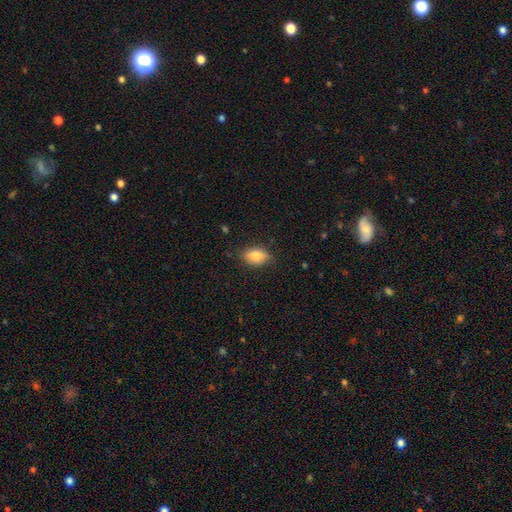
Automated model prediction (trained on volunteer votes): Q: Smooth or featured?
A: smooth (83%); runner-up: featured or disk (10%)
Q: How rounded?
A: in between (86%); runner-up: round (12%)
Q: Merging?
A: none (75%); runner-up: minor disturbance (20%)